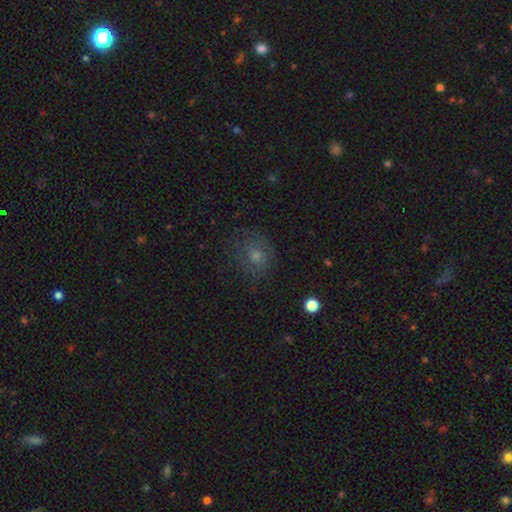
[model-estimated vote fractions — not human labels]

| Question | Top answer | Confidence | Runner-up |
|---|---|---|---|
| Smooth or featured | smooth | 59% | featured or disk (25%) |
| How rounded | round | 64% | in between (35%) |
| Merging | none | 66% | minor disturbance (20%) |